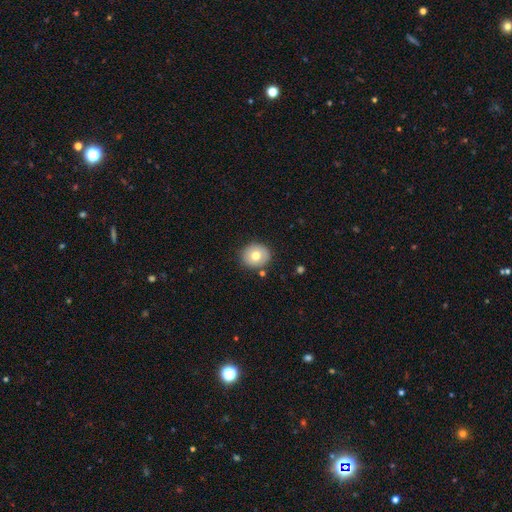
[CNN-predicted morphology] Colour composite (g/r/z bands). It shows a smooth galaxy with no disk features (72%) that is round (80%). Merging: none (84%).